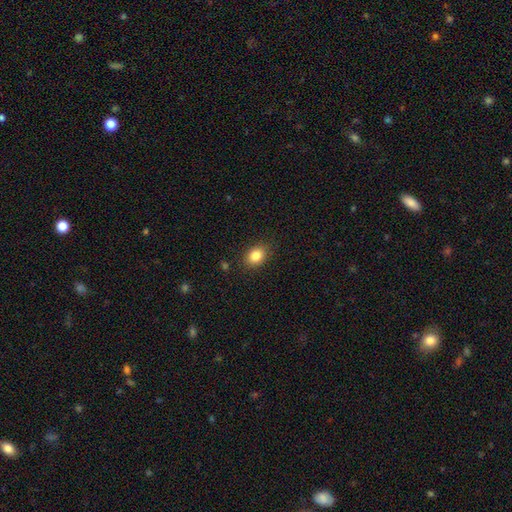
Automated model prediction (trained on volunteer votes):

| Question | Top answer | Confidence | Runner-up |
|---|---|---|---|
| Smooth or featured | smooth | 84% | star or artifact (10%) |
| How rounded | in between | 67% | round (32%) |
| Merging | none | 86% | minor disturbance (10%) |